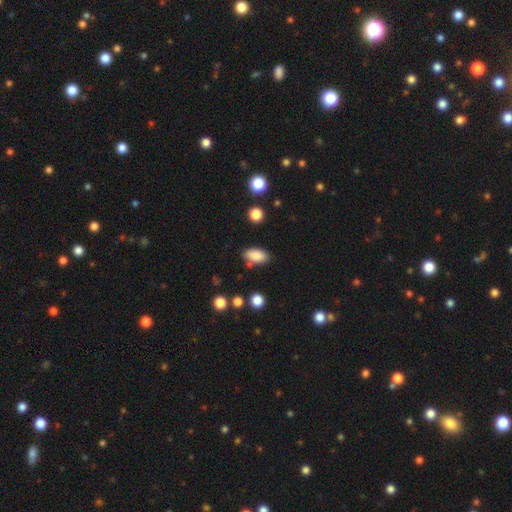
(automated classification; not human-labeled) smooth_or_featured: smooth (p=0.86) [alt: star or artifact p=0.08]
how_rounded: in between (p=0.92) [alt: cigar-shaped p=0.04]
merging: none (p=0.80) [alt: minor disturbance p=0.12]